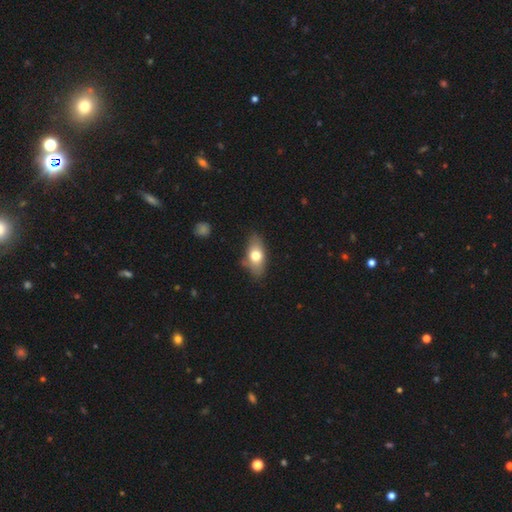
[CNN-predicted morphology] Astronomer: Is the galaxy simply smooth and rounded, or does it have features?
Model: smooth — 67%.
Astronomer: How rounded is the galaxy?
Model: in between — 83%.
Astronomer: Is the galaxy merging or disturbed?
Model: none — 76%.